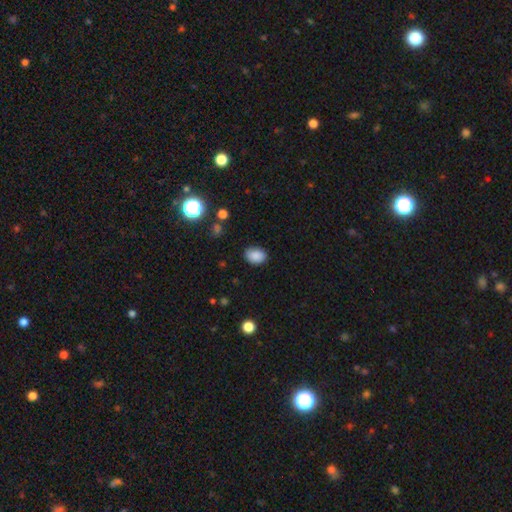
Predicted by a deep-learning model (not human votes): smooth 87%, star or artifact 9%, featured or disk 4%. Down the decision tree: how rounded — in between (76%); merging — none (83%).